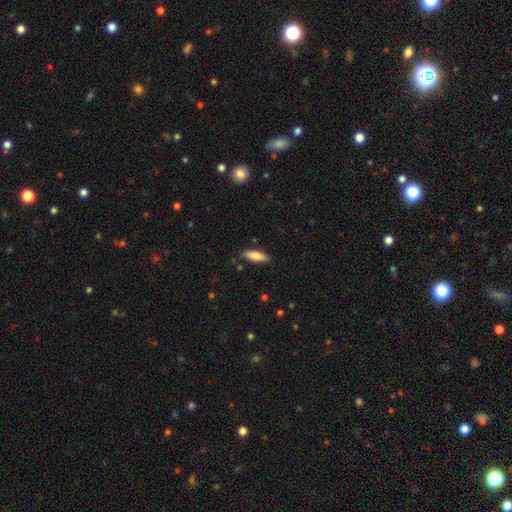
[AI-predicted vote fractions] A smooth galaxy with no disk features (77%) that is in between round and cigar-shaped (53%). Merging: none (81%).